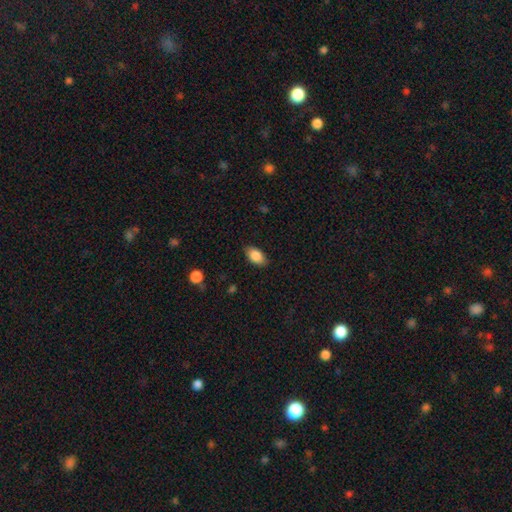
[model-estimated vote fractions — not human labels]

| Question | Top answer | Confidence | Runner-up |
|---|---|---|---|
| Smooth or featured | smooth | 85% | featured or disk (8%) |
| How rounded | in between | 92% | round (6%) |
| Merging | none | 85% | minor disturbance (11%) |